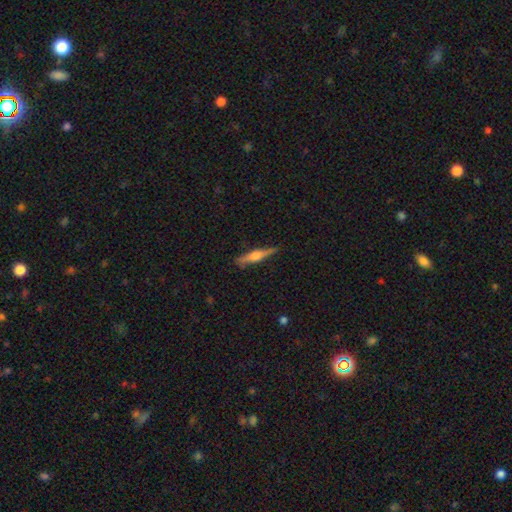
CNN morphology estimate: Overall: featured or disk (64%; smooth 30%). Edge-on disk: yes (97%). Edge-on bulge: rounded (86%). Merging: none (85%).